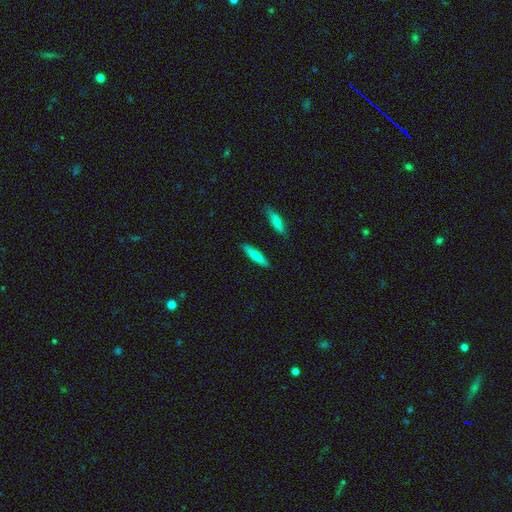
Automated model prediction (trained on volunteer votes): This is likely a smooth galaxy (70%). How rounded: likely cigar-shaped (77%). Merging: clearly none (88%).